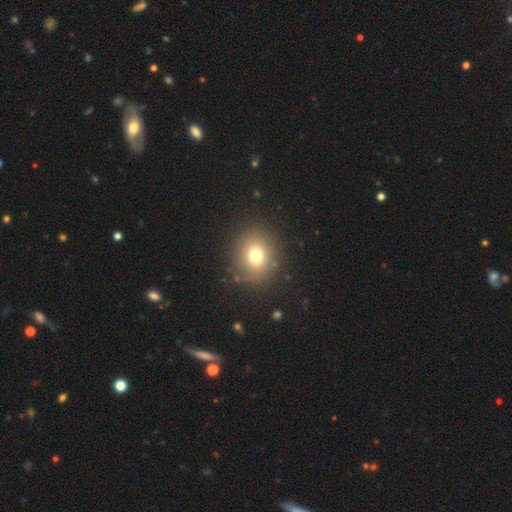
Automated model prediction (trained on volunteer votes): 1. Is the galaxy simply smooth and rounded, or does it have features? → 72% smooth, 15% star or artifact, 13% featured or disk.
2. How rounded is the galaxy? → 72% round, 27% in between, 1% cigar-shaped.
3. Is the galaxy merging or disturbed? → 85% none, 9% minor disturbance, 4% major disturbance, 2% merger.